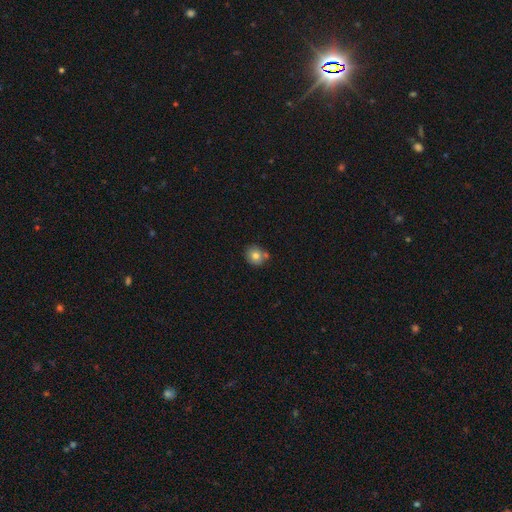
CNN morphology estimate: smooth 78%, featured or disk 12%, star or artifact 10%. Down the decision tree: how rounded — round (81%); merging — none (65%).